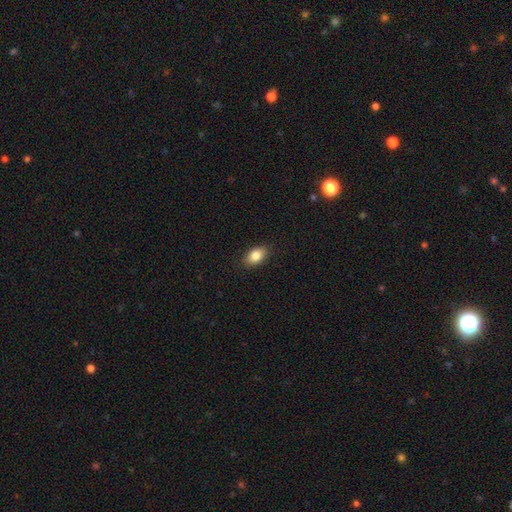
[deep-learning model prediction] smooth-or-featured: smooth: 84% | star or artifact: 8% | featured or disk: 8%
  how-rounded: in between: 88% | round: 10% | cigar-shaped: 3%
  merging: none: 87% | minor disturbance: 10% | major disturbance: 2% | merger: 1%